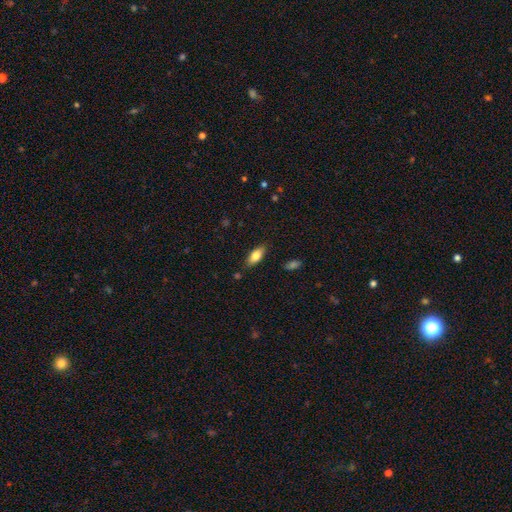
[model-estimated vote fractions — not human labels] smooth_or_featured: smooth (p=0.81) [alt: featured or disk p=0.12]
how_rounded: in between (p=0.84) [alt: cigar-shaped p=0.14]
merging: none (p=0.83) [alt: minor disturbance p=0.13]